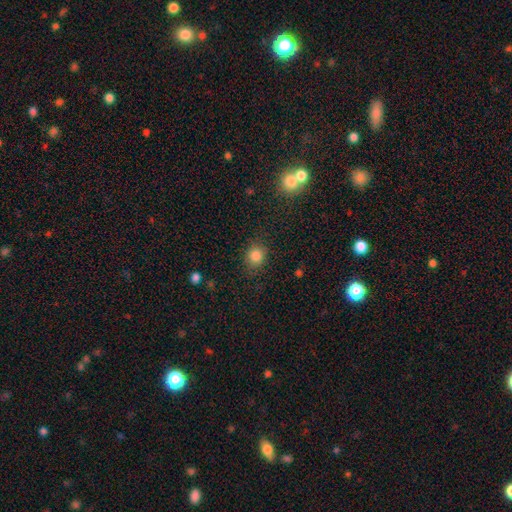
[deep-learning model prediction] This appears to be a smooth galaxy with no disk features (84%) that is round (72%). Merging: none (83%).